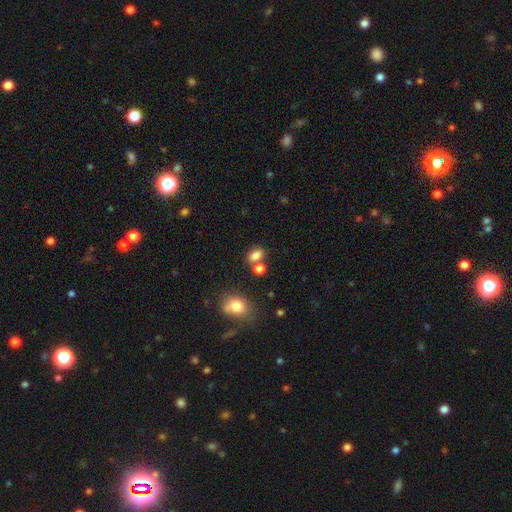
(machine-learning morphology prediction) smooth-or-featured: smooth: 82% | star or artifact: 12% | featured or disk: 7%
  how-rounded: in between: 78% | round: 20% | cigar-shaped: 2%
  merging: none: 58% | merger: 25% | minor disturbance: 12% | major disturbance: 4%